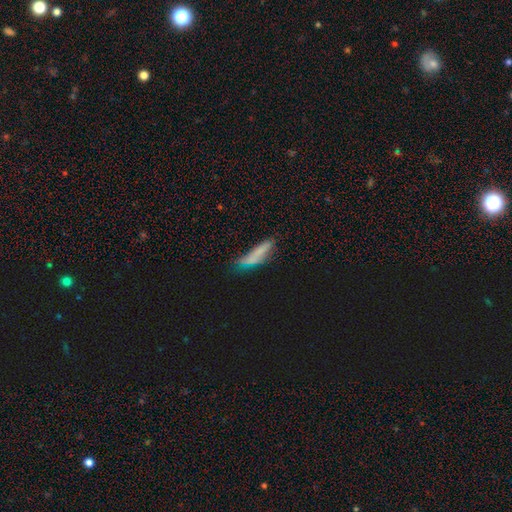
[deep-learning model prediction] Q: Smooth or featured?
A: smooth (63%); runner-up: featured or disk (25%)
Q: How rounded?
A: cigar-shaped (73%); runner-up: in between (24%)
Q: Merging?
A: none (46%); runner-up: minor disturbance (31%)